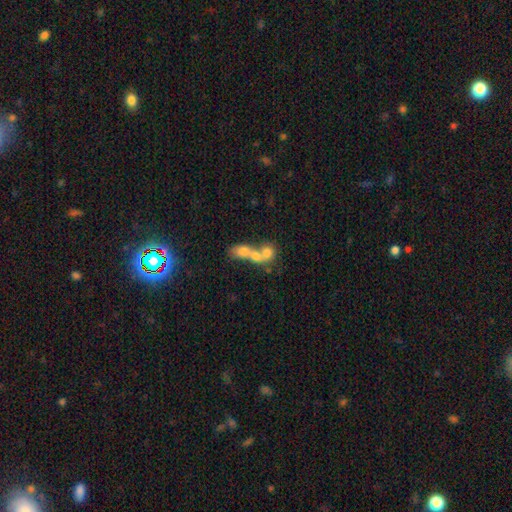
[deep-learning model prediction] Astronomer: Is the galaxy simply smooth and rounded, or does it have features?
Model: smooth — 63%.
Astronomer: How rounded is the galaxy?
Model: in between — 50% (runner-up: round, 44%).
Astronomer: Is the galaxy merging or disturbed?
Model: merger — 77%.